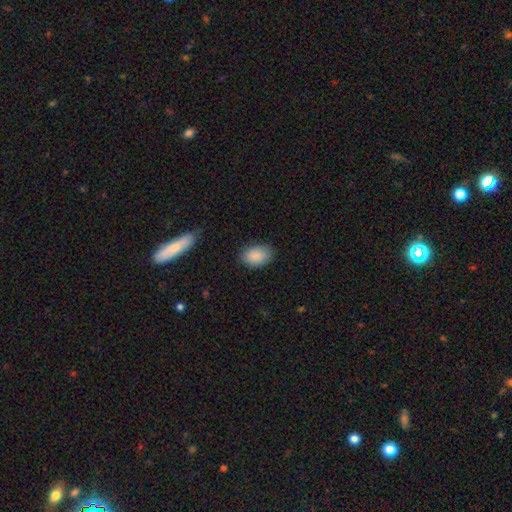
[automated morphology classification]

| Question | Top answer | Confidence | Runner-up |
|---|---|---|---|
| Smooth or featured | smooth | 89% | star or artifact (7%) |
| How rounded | in between | 88% | round (11%) |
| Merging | none | 82% | minor disturbance (13%) |